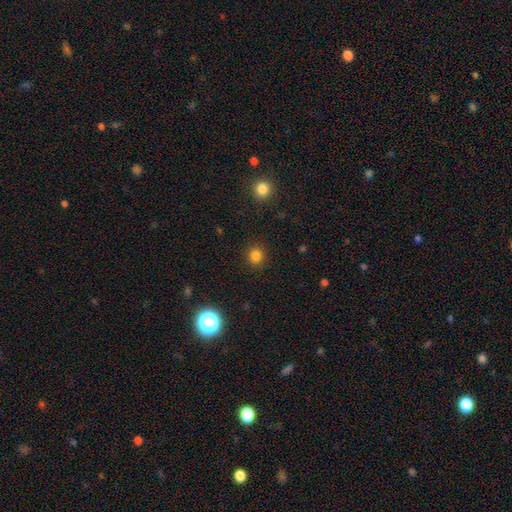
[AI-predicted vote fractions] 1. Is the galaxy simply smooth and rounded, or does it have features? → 81% smooth, 14% star or artifact, 4% featured or disk.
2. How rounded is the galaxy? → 90% round, 9% in between, 1% cigar-shaped.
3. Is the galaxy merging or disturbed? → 91% none, 6% minor disturbance, 2% major disturbance, 1% merger.